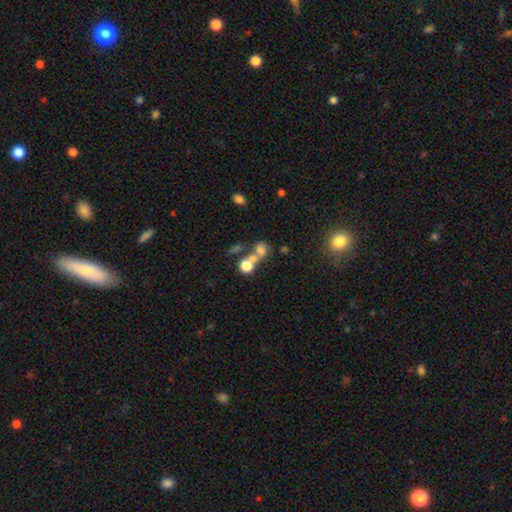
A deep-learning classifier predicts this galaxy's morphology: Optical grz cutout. It shows a smooth galaxy with no disk features (59%) that is round (74%). Merging: merger (46%).